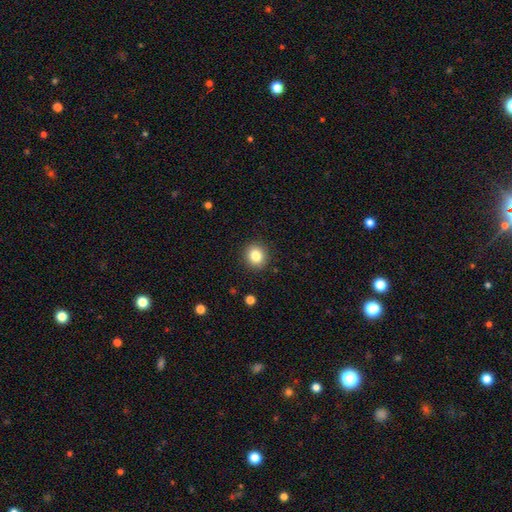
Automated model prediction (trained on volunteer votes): Smooth or featured? smooth (83%)
How rounded? round (84%)
Merging? none (90%)